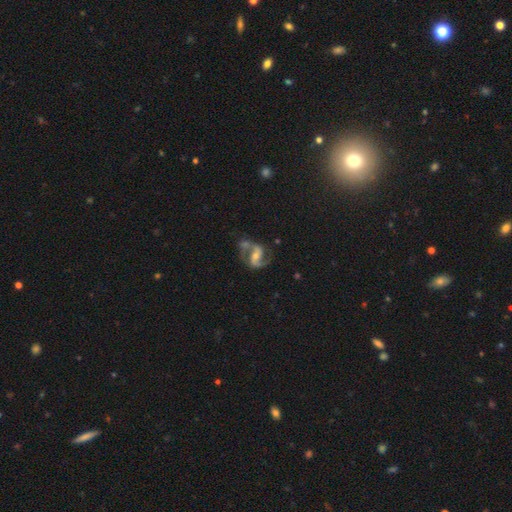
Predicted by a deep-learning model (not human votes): This is clearly a featured or disk galaxy (86%). It is clearly not viewed edge-on (98%). Bar: marginally weak (38%). Spiral arm pattern: clearly yes (95%). Spiral arm count: clearly 2 (91%). Spiral winding: possibly medium (50%). Central bulge: possibly moderate (48%). Merging: possibly none (51%).